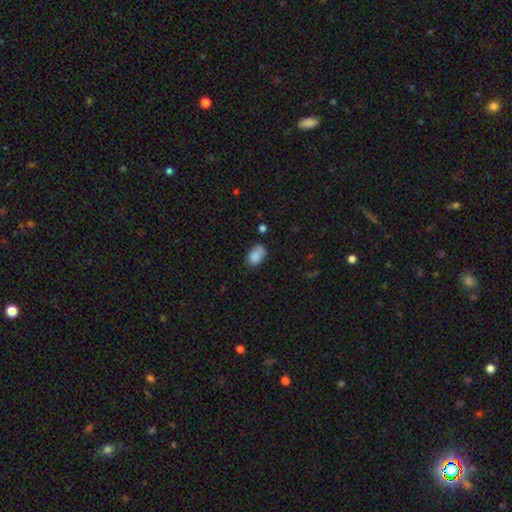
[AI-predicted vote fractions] This is clearly a smooth galaxy (82%). How rounded: likely in between (75%). Merging: marginally none (45%).